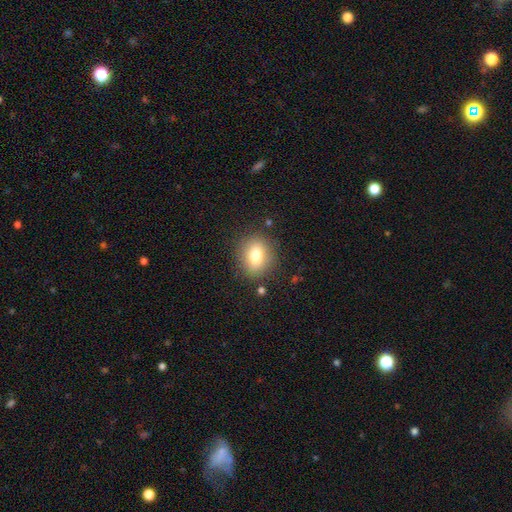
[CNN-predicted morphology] Smooth or featured? smooth (77%)
How rounded? round (54%)
Merging? none (85%)